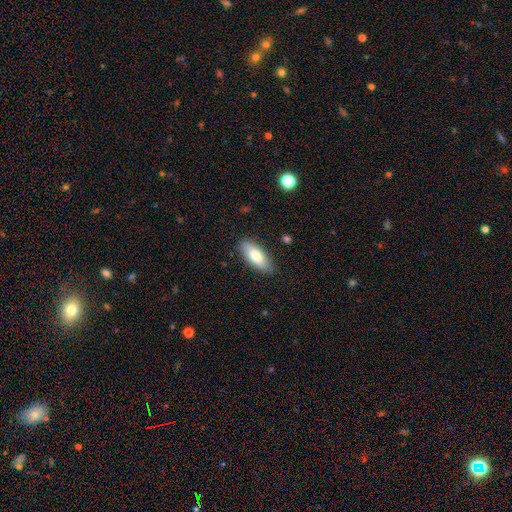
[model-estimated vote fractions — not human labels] This appears to be a smooth galaxy with no disk features (76%) that is in between round and cigar-shaped (80%). Merging: none (85%).